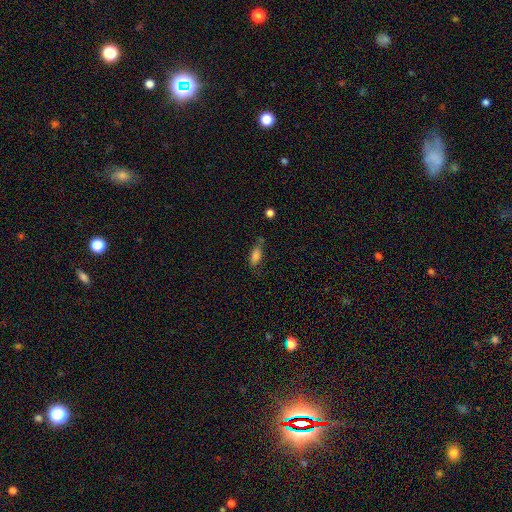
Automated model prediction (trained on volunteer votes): Smooth or featured: smooth — 82% (star or artifact — 10%)
How rounded: in between — 81% (cigar-shaped — 16%)
Merging: none — 57% (minor disturbance — 27%)